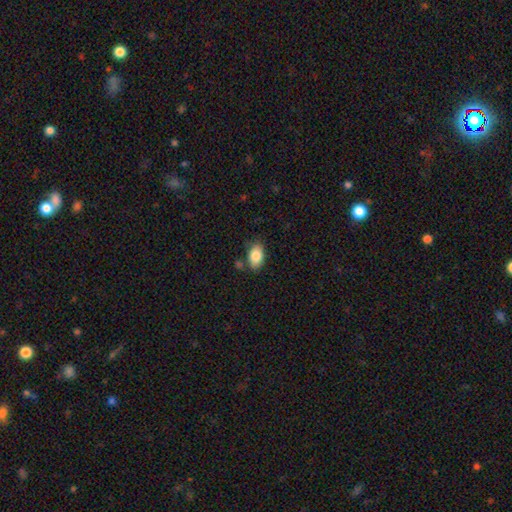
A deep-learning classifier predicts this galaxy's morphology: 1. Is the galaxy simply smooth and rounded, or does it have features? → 84% smooth, 8% featured or disk, 7% star or artifact.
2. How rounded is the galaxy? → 91% in between, 8% round, 2% cigar-shaped.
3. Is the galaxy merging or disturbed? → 77% none, 14% minor disturbance, 6% merger, 3% major disturbance.